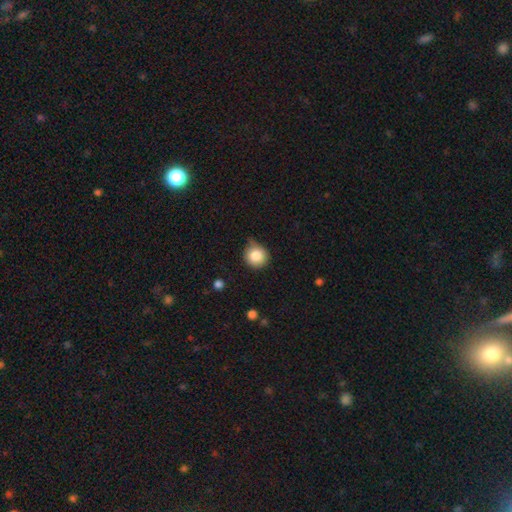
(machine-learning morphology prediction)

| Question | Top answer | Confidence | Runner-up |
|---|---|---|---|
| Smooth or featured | smooth | 85% | star or artifact (9%) |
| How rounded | round | 91% | in between (8%) |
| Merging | none | 64% | minor disturbance (28%) |